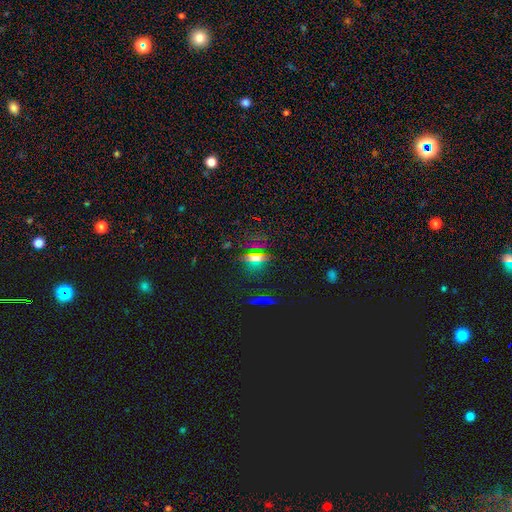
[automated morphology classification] Q: Smooth or featured?
A: smooth (44%); runner-up: star or artifact (41%)
Q: Merging?
A: none (81%); runner-up: minor disturbance (11%)